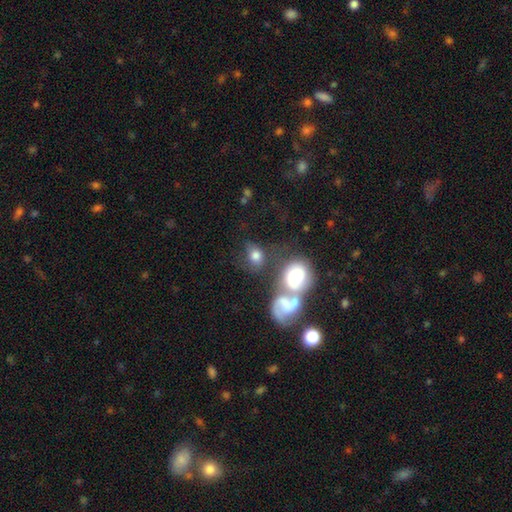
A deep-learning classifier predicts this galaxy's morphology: Overall: smooth (71%). How rounded: in between (49%, tied with round). Merging: none (43%; merger 31%).